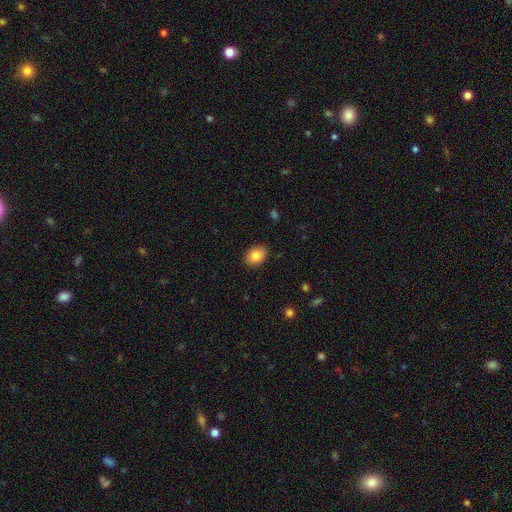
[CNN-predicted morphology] Smooth or featured? smooth (85%)
How rounded? in between (74%)
Merging? none (88%)